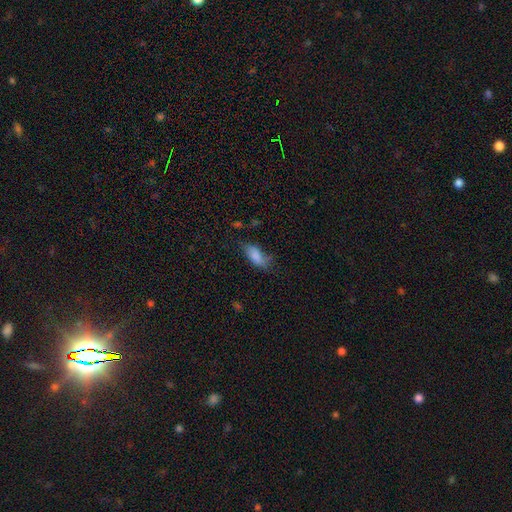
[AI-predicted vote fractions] Smooth or featured? smooth (82%)
How rounded? in between (86%)
Merging? none (53%)